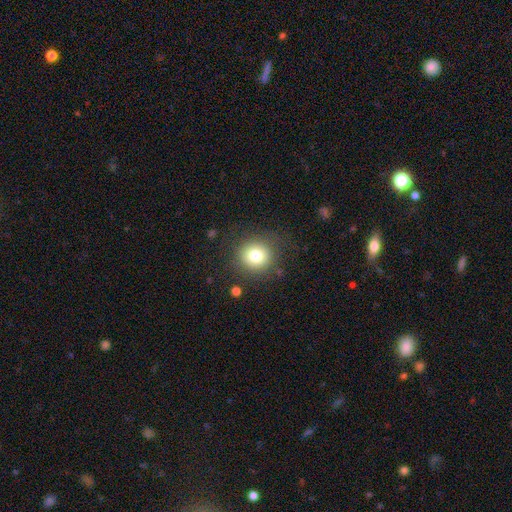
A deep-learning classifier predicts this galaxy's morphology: Smooth or featured? smooth (78%)
How rounded? round (88%)
Merging? none (85%)